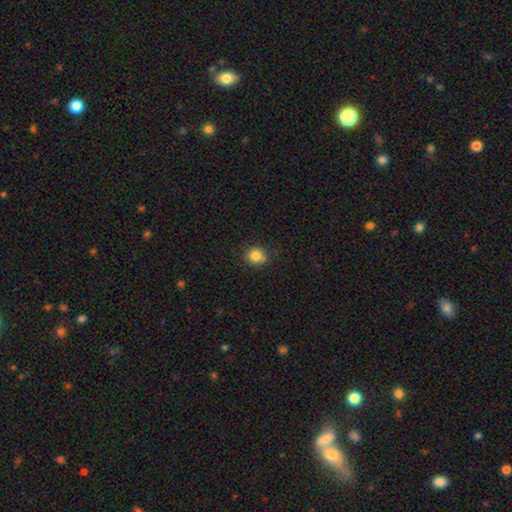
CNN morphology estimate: Q: Smooth or featured?
A: smooth (84%); runner-up: star or artifact (11%)
Q: How rounded?
A: round (82%); runner-up: in between (17%)
Q: Merging?
A: none (85%); runner-up: minor disturbance (12%)